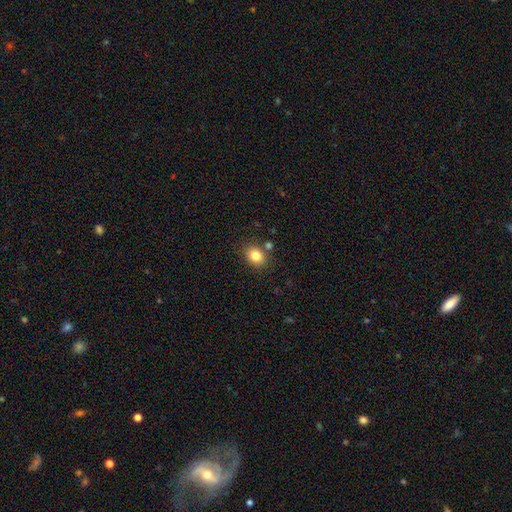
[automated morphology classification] smooth-or-featured: smooth: 82% | star or artifact: 11% | featured or disk: 7%
  how-rounded: round: 53% | in between: 46% | cigar-shaped: 1%
  merging: none: 80% | minor disturbance: 10% | merger: 7% | major disturbance: 3%